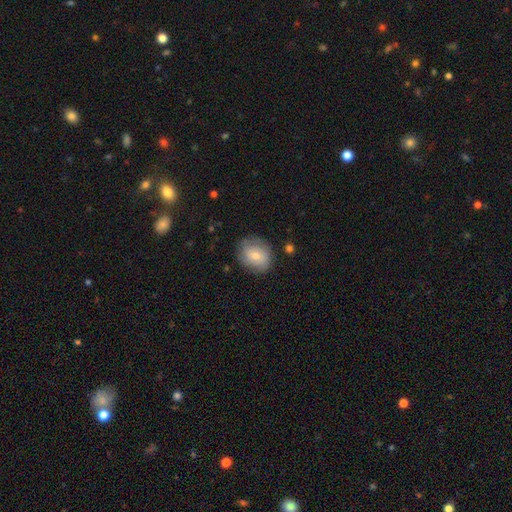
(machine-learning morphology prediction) This appears to be a smooth galaxy with no disk features (60%) that is round (62%). Merging: none (75%).